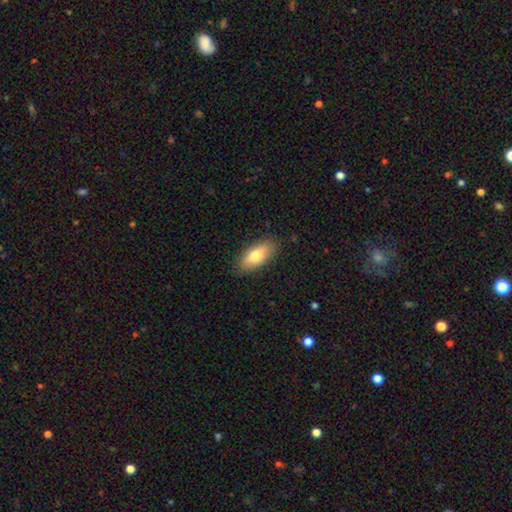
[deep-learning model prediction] Smooth or featured?
  - smooth: 76% *
  - featured or disk: 18%
  - star or artifact: 6%
How rounded?
  - in between: 83% *
  - cigar-shaped: 14%
  - round: 3%
Merging?
  - none: 85% *
  - minor disturbance: 12%
  - major disturbance: 2%
  - merger: 1%